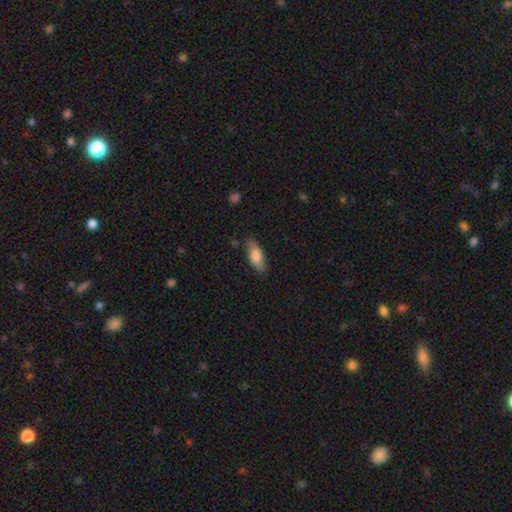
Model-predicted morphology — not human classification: smooth-or-featured: smooth: 76% | featured or disk: 17% | star or artifact: 6%
  how-rounded: in between: 80% | cigar-shaped: 17% | round: 3%
  merging: none: 77% | minor disturbance: 17% | major disturbance: 4% | merger: 2%